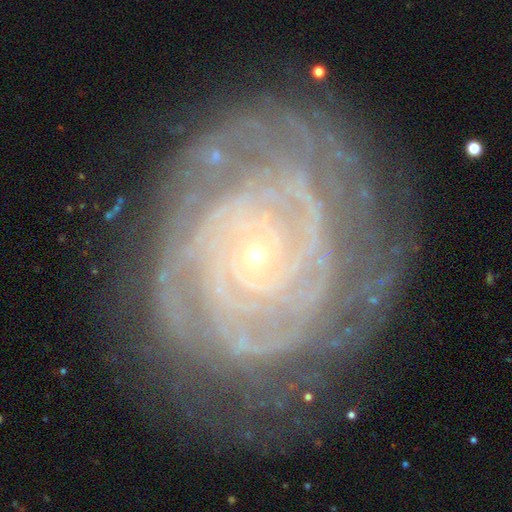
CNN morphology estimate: A featured or disk galaxy (88%) with no bar (80%), tight (84%) spiral arms (96%) and a small central bulge (88%). Merging: none (75%).